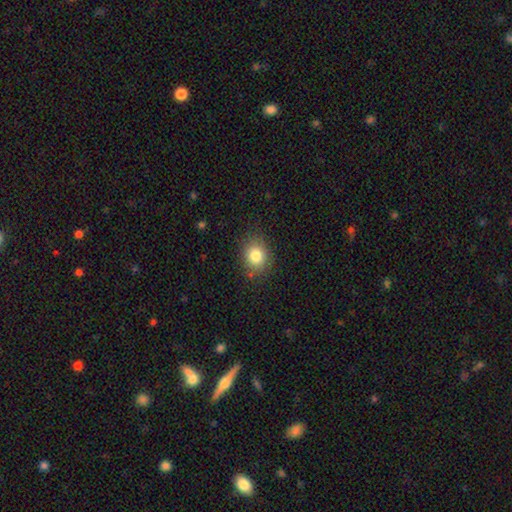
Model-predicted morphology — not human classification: Overall: smooth (82%). How rounded: round (61%; in between 38%). Merging: none (81%).